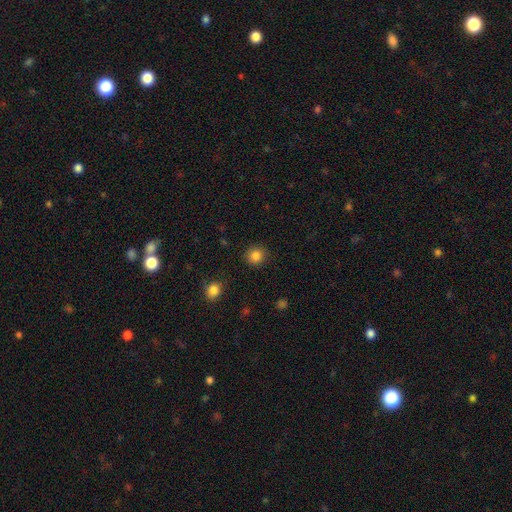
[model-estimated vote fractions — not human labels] Overall: smooth (85%). How rounded: round (91%). Merging: none (90%).